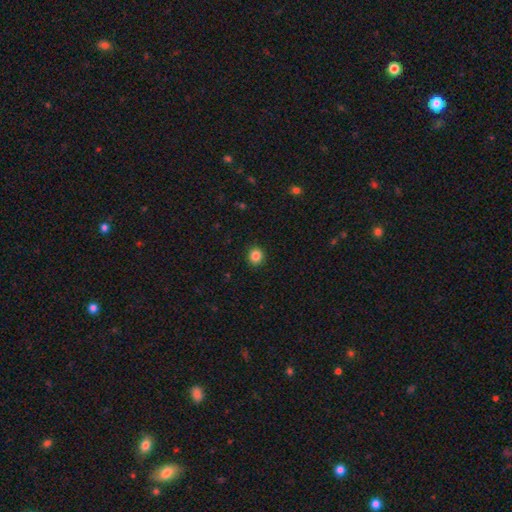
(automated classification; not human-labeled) A smooth galaxy with no disk features (85%) that is round (88%). Merging: none (92%).